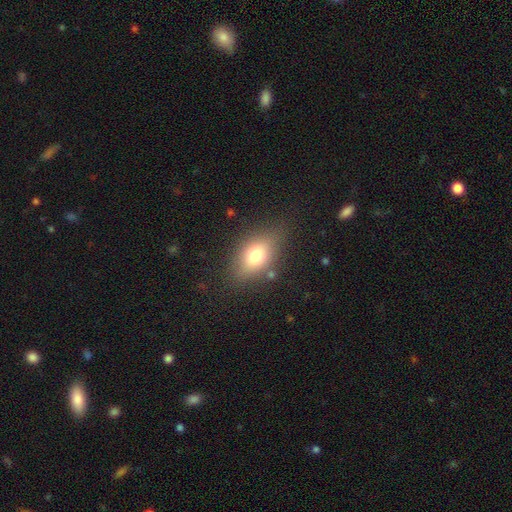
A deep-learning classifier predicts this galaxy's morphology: Smooth or featured?
  - smooth: 73% *
  - featured or disk: 16%
  - star or artifact: 10%
How rounded?
  - in between: 79% *
  - round: 16%
  - cigar-shaped: 4%
Merging?
  - none: 75% *
  - minor disturbance: 16%
  - major disturbance: 6%
  - merger: 3%